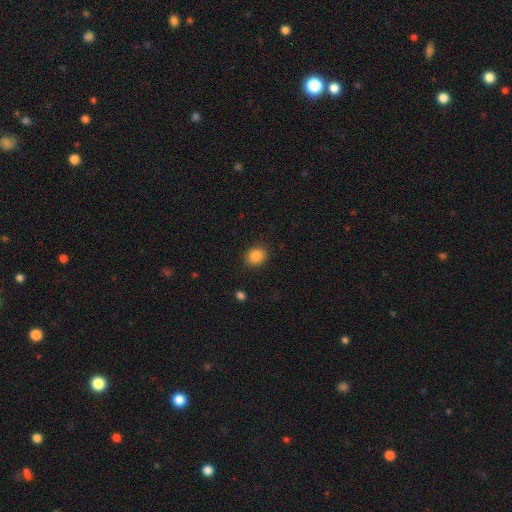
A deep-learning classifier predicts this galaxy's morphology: Q: Smooth or featured?
A: smooth (86%); runner-up: star or artifact (9%)
Q: How rounded?
A: round (52%); runner-up: in between (48%)
Q: Merging?
A: none (88%); runner-up: minor disturbance (9%)